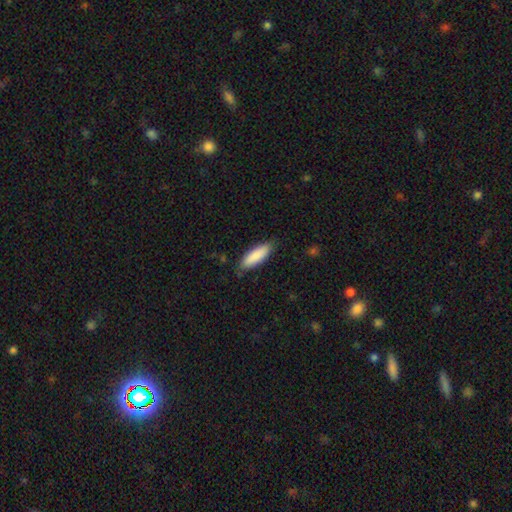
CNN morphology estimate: Overall: smooth (87%). How rounded: in between (54%; cigar-shaped 45%). Merging: none (82%).